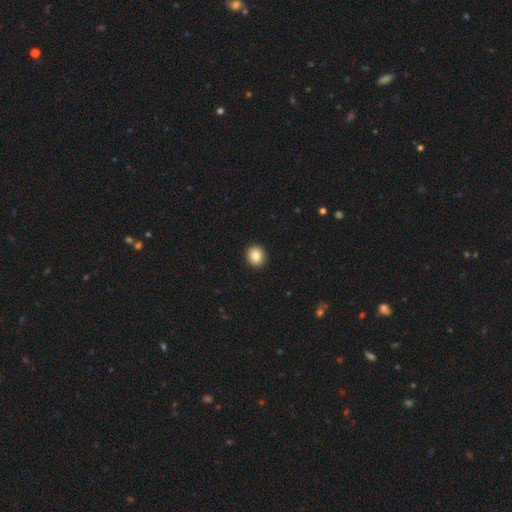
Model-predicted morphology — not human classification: Q: Smooth or featured?
A: smooth (87%); runner-up: star or artifact (9%)
Q: How rounded?
A: round (79%); runner-up: in between (20%)
Q: Merging?
A: none (93%); runner-up: minor disturbance (5%)